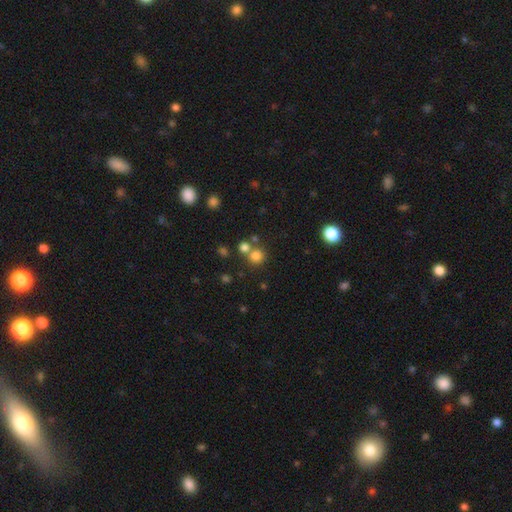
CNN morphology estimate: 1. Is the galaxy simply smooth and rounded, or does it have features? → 78% smooth, 16% star or artifact, 7% featured or disk.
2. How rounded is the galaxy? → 91% round, 8% in between, 1% cigar-shaped.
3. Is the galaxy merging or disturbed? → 64% none, 26% merger, 7% minor disturbance, 3% major disturbance.